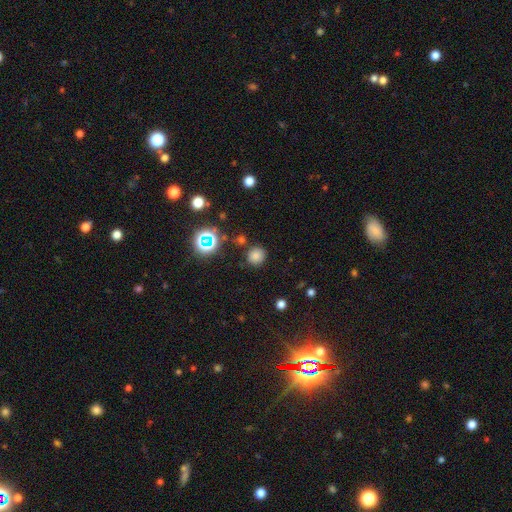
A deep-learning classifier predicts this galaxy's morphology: This is likely a smooth galaxy (75%). How rounded: clearly round (90%). Merging: clearly none (84%).